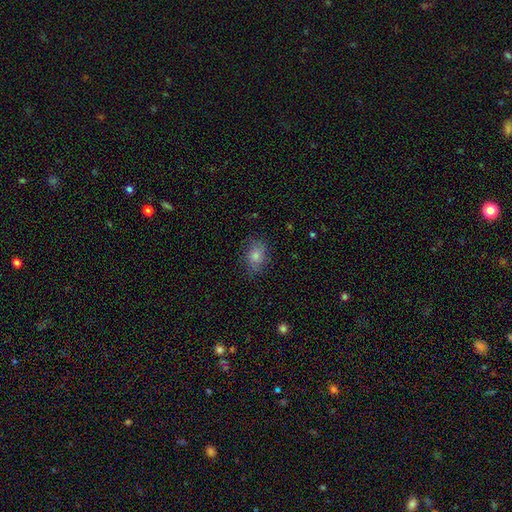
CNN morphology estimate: smooth_or_featured: smooth (p=0.69) [alt: star or artifact p=0.16]
how_rounded: in between (p=0.64) [alt: round p=0.35]
merging: none (p=0.77) [alt: minor disturbance p=0.17]